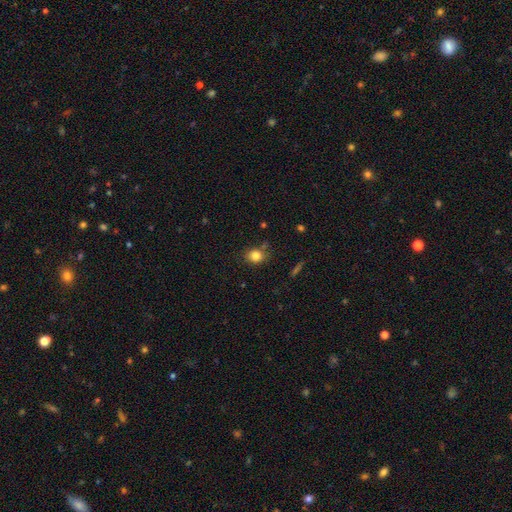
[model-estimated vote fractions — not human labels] smooth 82%, star or artifact 11%, featured or disk 7%. Down the decision tree: how rounded — round (58%); merging — none (74%).